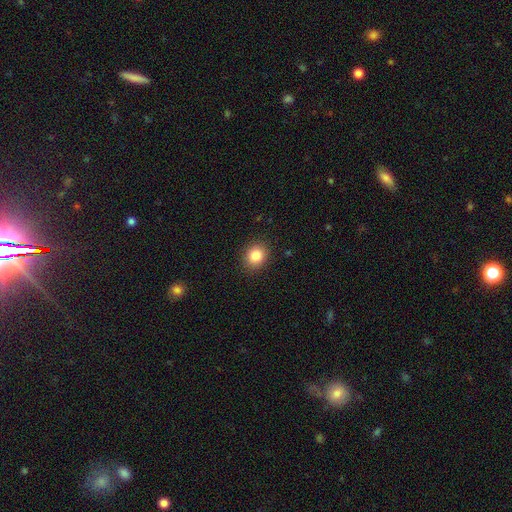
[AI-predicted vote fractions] Smooth or featured?
  - smooth: 85% *
  - star or artifact: 10%
  - featured or disk: 6%
How rounded?
  - round: 65% *
  - in between: 34%
  - cigar-shaped: 1%
Merging?
  - none: 89% *
  - minor disturbance: 7%
  - major disturbance: 2%
  - merger: 1%